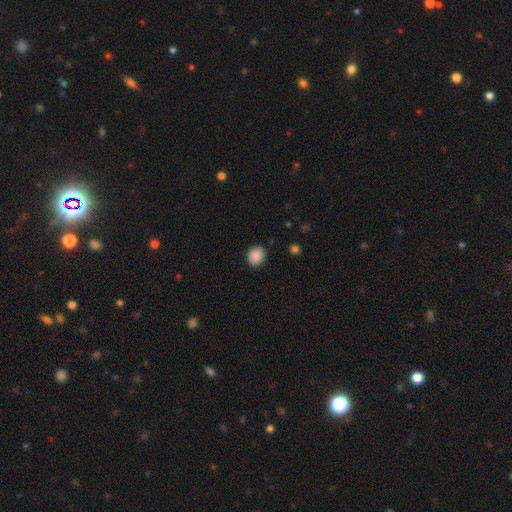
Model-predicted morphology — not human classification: A smooth galaxy with no disk features (89%) that is round (71%).

Vote fractions:
- Smooth or featured? smooth: 89% / star or artifact: 8% / featured or disk: 3%
- How rounded? round: 71% / in between: 28% / cigar-shaped: 1%
- Merging? none: 87% / minor disturbance: 9% / major disturbance: 2% / merger: 1%